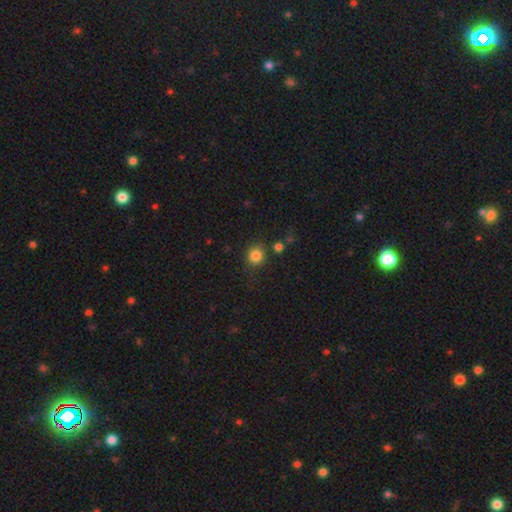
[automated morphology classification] Smooth or featured?
  - smooth: 83% *
  - star or artifact: 12%
  - featured or disk: 5%
How rounded?
  - round: 89% *
  - in between: 10%
  - cigar-shaped: 1%
Merging?
  - none: 80% *
  - minor disturbance: 11%
  - merger: 5%
  - major disturbance: 4%